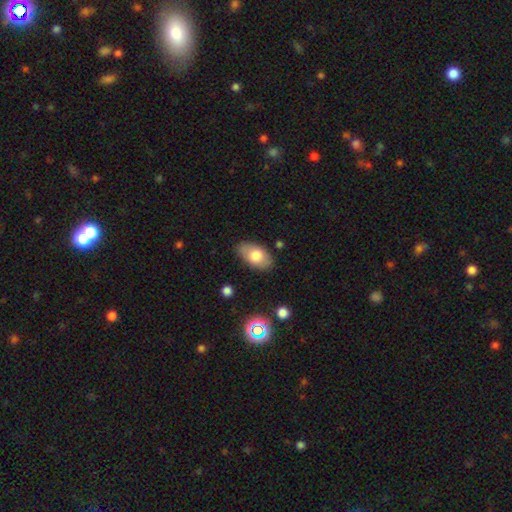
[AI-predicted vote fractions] Overall: smooth (75%). How rounded: in between (93%). Merging: none (81%).